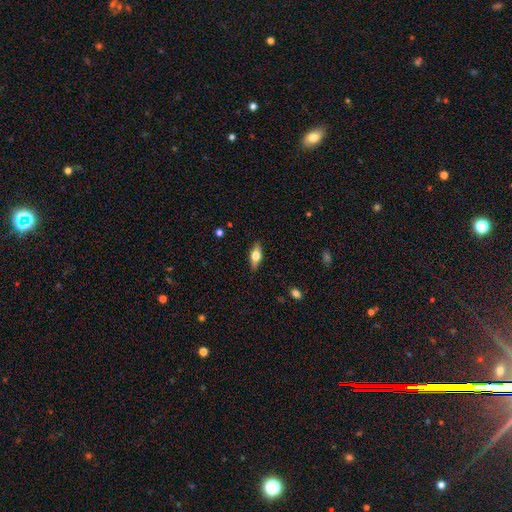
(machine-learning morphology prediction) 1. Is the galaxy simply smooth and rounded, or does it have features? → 56% smooth, 38% featured or disk, 7% star or artifact.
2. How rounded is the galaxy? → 71% in between, 25% cigar-shaped, 4% round.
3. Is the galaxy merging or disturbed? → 87% none, 10% minor disturbance, 2% major disturbance, 1% merger.